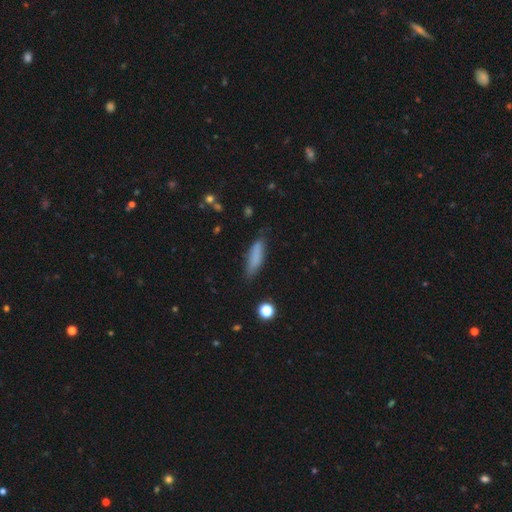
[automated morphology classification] A smooth galaxy with no disk features (80%) that is cigar-shaped (65%).

Vote fractions:
- Smooth or featured? smooth: 80% / featured or disk: 12% / star or artifact: 8%
- How rounded? cigar-shaped: 65% / in between: 33% / round: 2%
- Merging? none: 71% / minor disturbance: 21% / major disturbance: 5% / merger: 2%